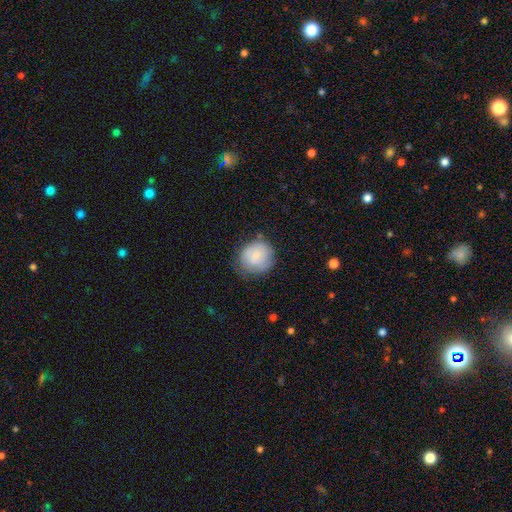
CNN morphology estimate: Q: Smooth or featured?
A: smooth (74%); runner-up: featured or disk (19%)
Q: How rounded?
A: round (88%); runner-up: in between (11%)
Q: Merging?
A: none (66%); runner-up: minor disturbance (24%)